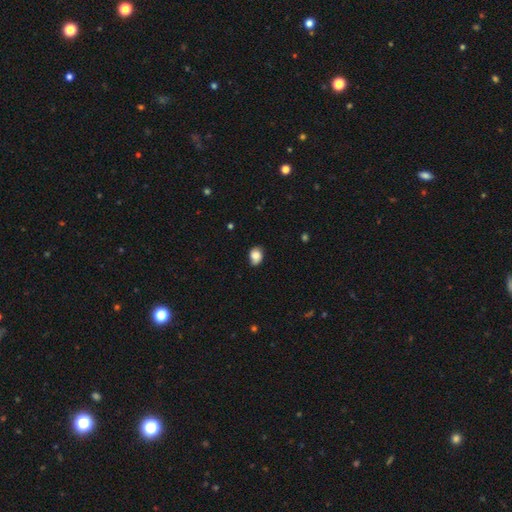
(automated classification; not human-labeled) This appears to be a smooth galaxy with no disk features (83%) that is in between round and cigar-shaped (68%). Merging: none (75%).